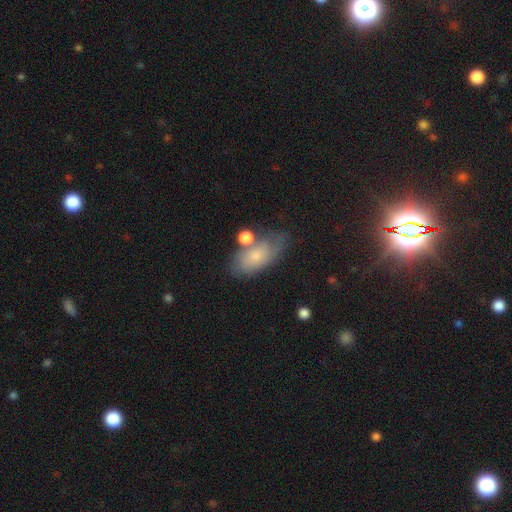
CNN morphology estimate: Q: Smooth or featured?
A: smooth (64%); runner-up: featured or disk (28%)
Q: How rounded?
A: in between (87%); runner-up: round (7%)
Q: Merging?
A: none (53%); runner-up: minor disturbance (24%)